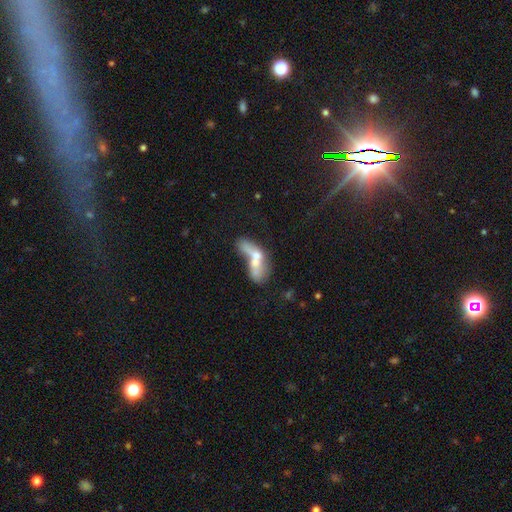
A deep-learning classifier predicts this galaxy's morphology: smooth-or-featured: smooth: 45% | featured or disk: 43% | star or artifact: 12%
  merging: merger: 63% | none: 15% | major disturbance: 13% | minor disturbance: 9%